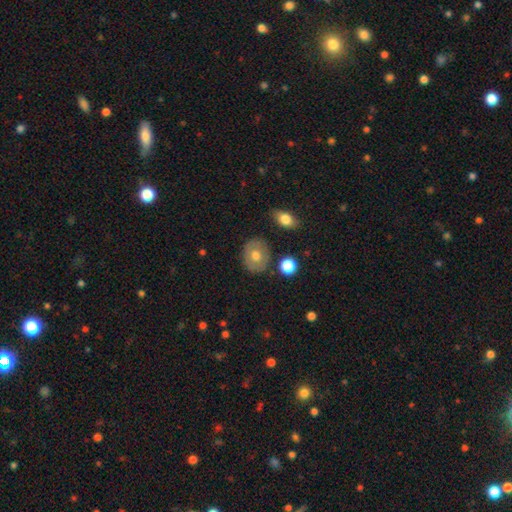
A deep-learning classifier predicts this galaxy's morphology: Smooth or featured? smooth (62%)
How rounded? round (59%)
Merging? none (82%)